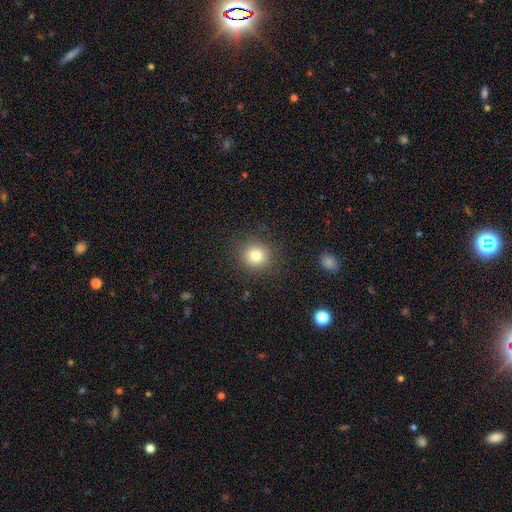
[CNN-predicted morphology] type=smooth (80%); roundness=round (90%); merging=none (88%).